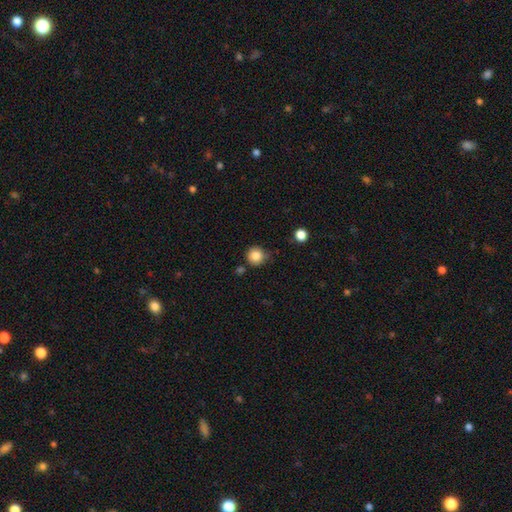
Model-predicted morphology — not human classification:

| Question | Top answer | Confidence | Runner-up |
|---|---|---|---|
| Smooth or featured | smooth | 84% | star or artifact (11%) |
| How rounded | round | 92% | in between (7%) |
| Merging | none | 76% | minor disturbance (16%) |